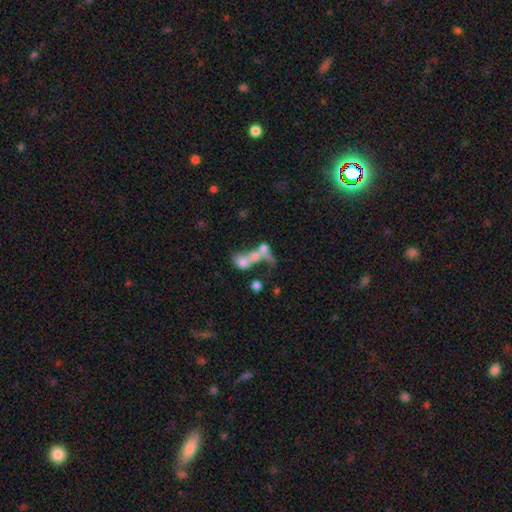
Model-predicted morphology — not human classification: smooth_or_featured: smooth (p=0.49) [alt: featured or disk p=0.37]
merging: merger (p=0.65) [alt: major disturbance p=0.16]